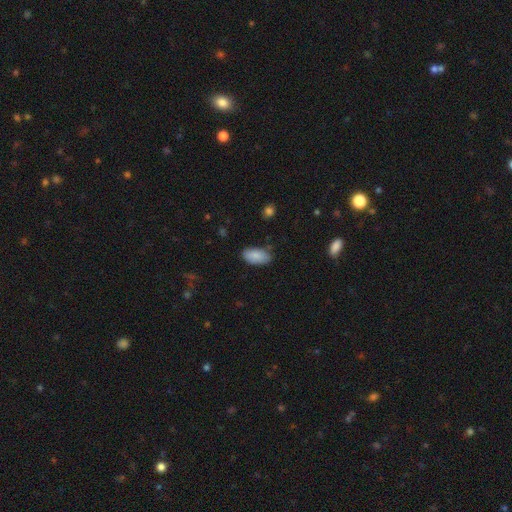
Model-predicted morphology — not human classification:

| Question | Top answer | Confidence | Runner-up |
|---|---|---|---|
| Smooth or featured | smooth | 87% | star or artifact (7%) |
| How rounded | in between | 94% | cigar-shaped (4%) |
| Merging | none | 79% | minor disturbance (16%) |